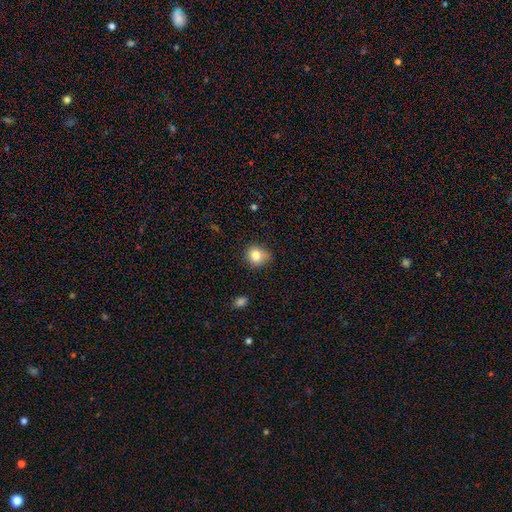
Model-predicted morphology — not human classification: Overall: smooth (81%). How rounded: round (78%). Merging: none (67%).